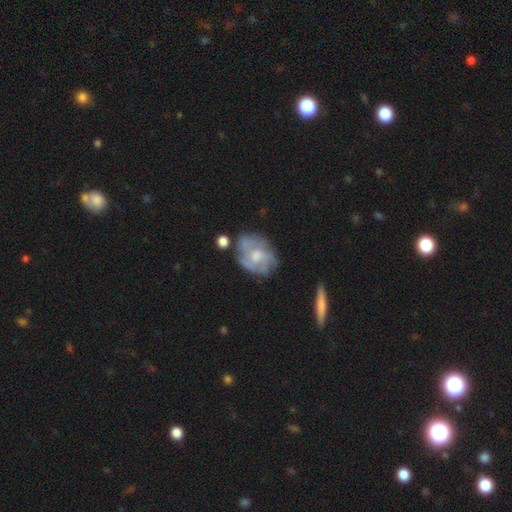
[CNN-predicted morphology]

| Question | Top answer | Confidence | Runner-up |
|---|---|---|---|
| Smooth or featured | featured or disk | 63% | smooth (30%) |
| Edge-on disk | no | 96% | yes (4%) |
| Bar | no | 72% | weak (25%) |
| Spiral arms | yes | 68% | no (32%) |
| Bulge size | moderate | 57% | small (26%) |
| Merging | none | 59% | minor disturbance (23%) |